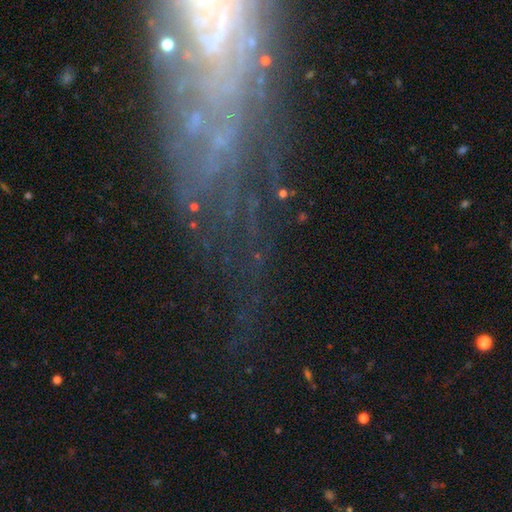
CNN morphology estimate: Q: Smooth or featured?
A: featured or disk (61%); runner-up: star or artifact (24%)
Q: Edge-on disk?
A: no (78%); runner-up: yes (22%)
Q: Merging?
A: none (53%); runner-up: major disturbance (24%)